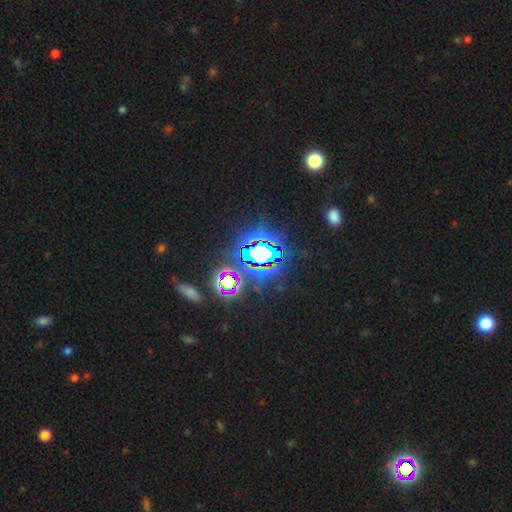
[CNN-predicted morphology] Smooth or featured?
  - star or artifact: 80% *
  - smooth: 11%
  - featured or disk: 8%